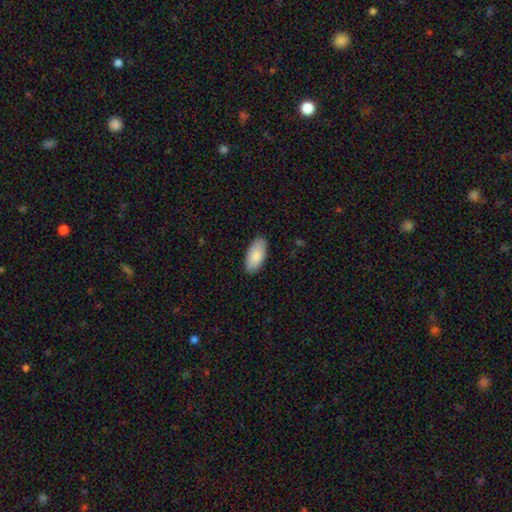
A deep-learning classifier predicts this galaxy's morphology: Overall: smooth (86%). How rounded: in between (92%). Merging: none (87%).